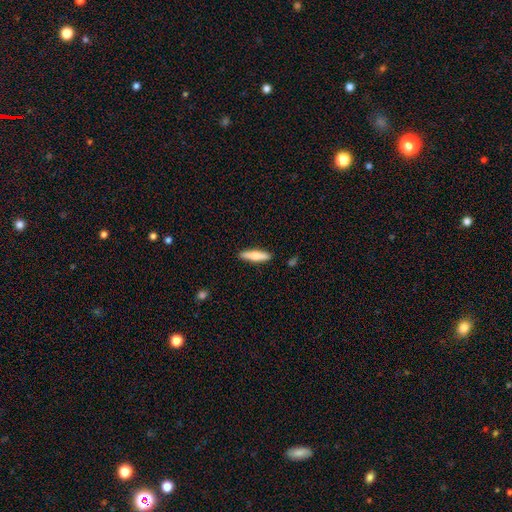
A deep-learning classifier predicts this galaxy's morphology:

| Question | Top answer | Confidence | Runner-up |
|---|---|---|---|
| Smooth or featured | smooth | 69% | featured or disk (26%) |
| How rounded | cigar-shaped | 78% | in between (21%) |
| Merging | none | 89% | minor disturbance (8%) |